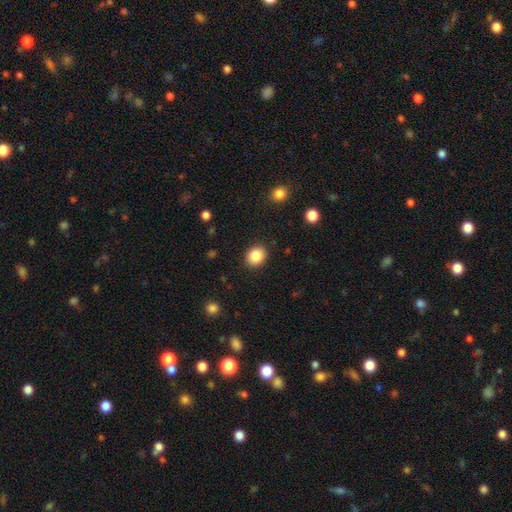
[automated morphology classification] smooth-or-featured: smooth: 86% | star or artifact: 9% | featured or disk: 5%
  how-rounded: round: 66% | in between: 33% | cigar-shaped: 1%
  merging: none: 90% | minor disturbance: 7% | major disturbance: 2% | merger: 1%